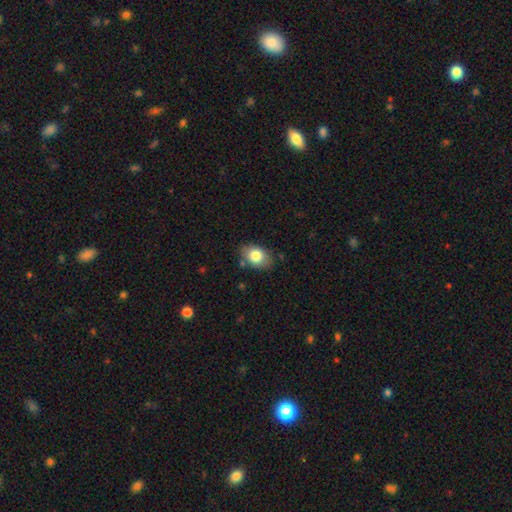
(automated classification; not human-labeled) Morphology: type=smooth (82%); roundness=in between (79%); merging=none (79%).